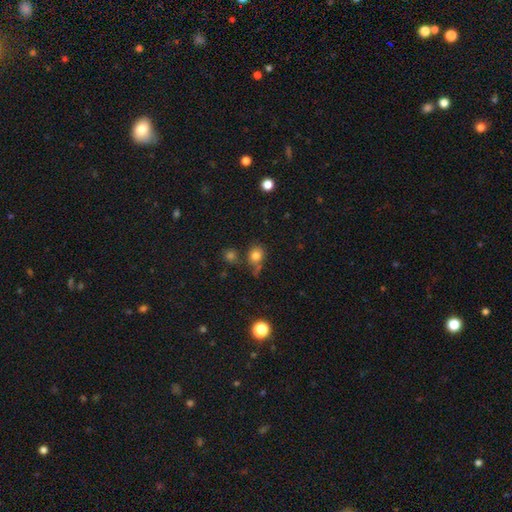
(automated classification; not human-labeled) Morphology: type=smooth (78%); roundness=round (75%); merging=none (60%).